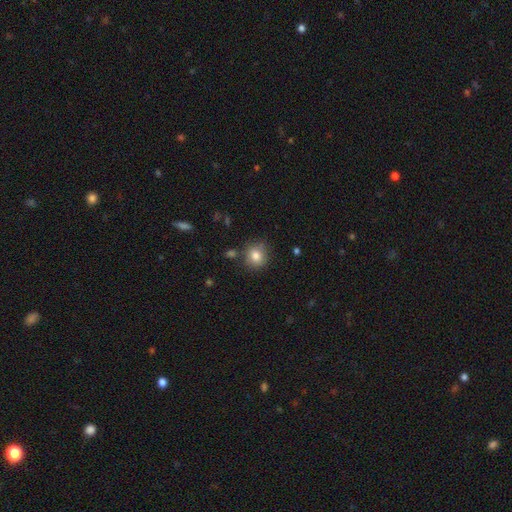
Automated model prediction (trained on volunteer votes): This is clearly a smooth galaxy (82%). How rounded: clearly round (83%). Merging: clearly none (80%).